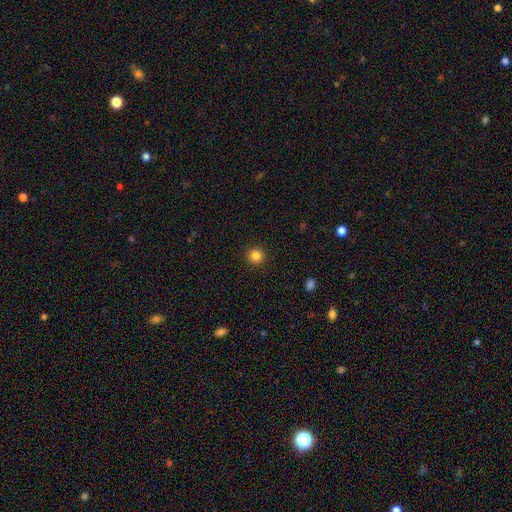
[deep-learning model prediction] smooth-or-featured: smooth: 84% | star or artifact: 12% | featured or disk: 4%
  how-rounded: round: 95% | in between: 4% | cigar-shaped: 1%
  merging: none: 93% | minor disturbance: 4% | major disturbance: 2% | merger: 1%